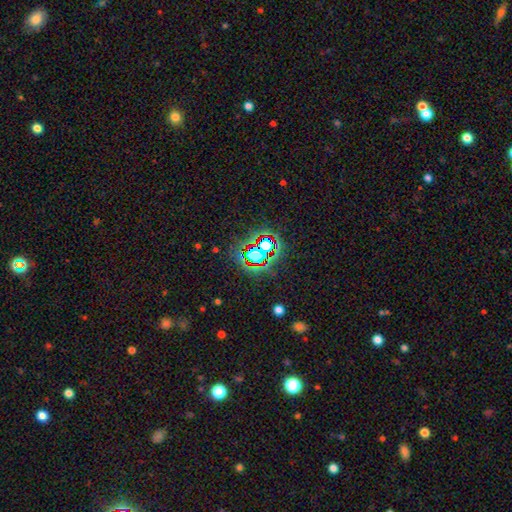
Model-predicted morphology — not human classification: Smooth or featured? star or artifact (70%)